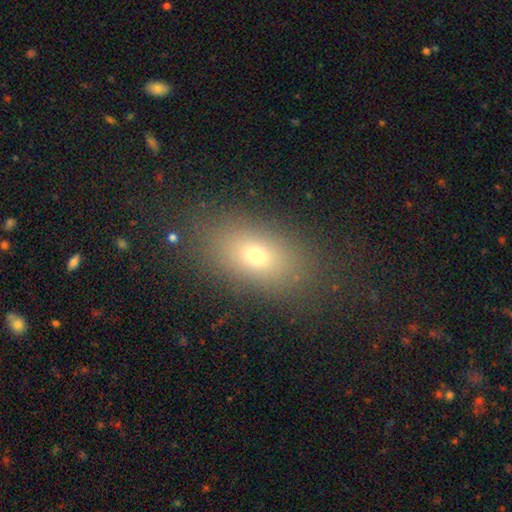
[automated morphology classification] Smooth or featured?
  - smooth: 68% *
  - featured or disk: 16%
  - star or artifact: 16%
How rounded?
  - in between: 81% *
  - round: 14%
  - cigar-shaped: 5%
Merging?
  - none: 83% *
  - minor disturbance: 10%
  - major disturbance: 5%
  - merger: 1%